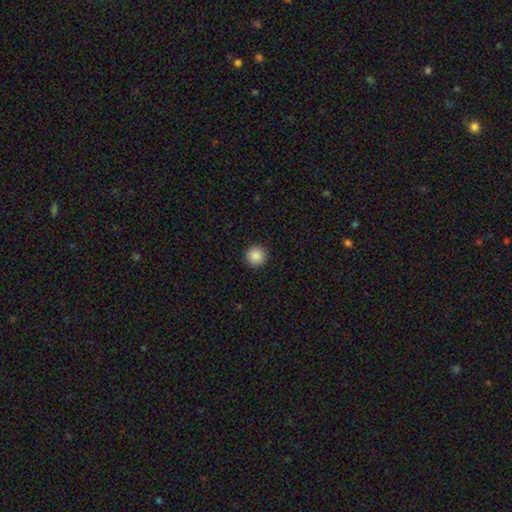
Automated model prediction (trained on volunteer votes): Smooth or featured? smooth (88%)
How rounded? round (96%)
Merging? none (93%)